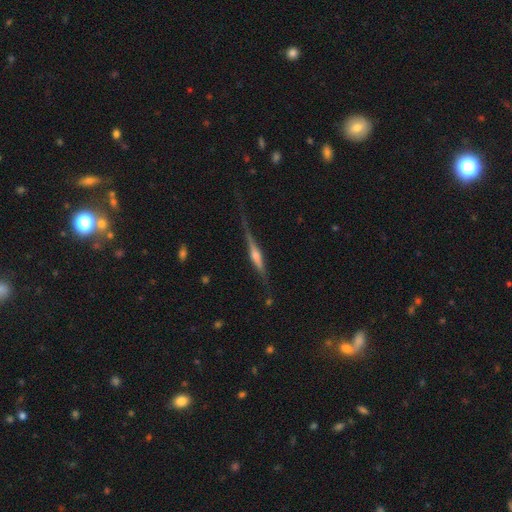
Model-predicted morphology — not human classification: smooth-or-featured: featured or disk: 79% | smooth: 14% | star or artifact: 7%
  disk-edge-on: yes: 97% | no: 3%
    edge-on-bulge: rounded: 82% | boxy: 11% | none: 7%
  merging: none: 74% | minor disturbance: 18% | major disturbance: 6% | merger: 2%